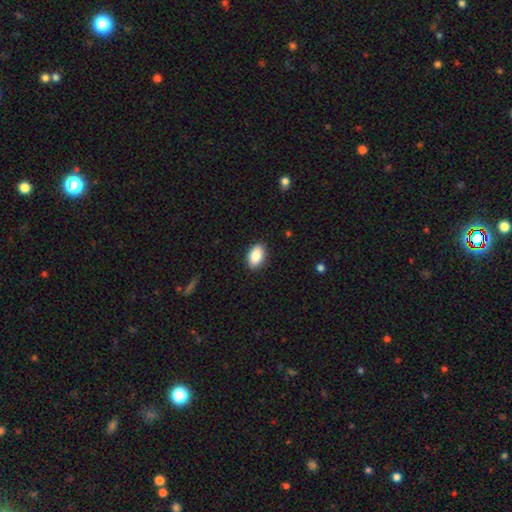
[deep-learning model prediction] A smooth galaxy with no disk features (87%) that is in between round and cigar-shaped (91%). Merging: none (89%).